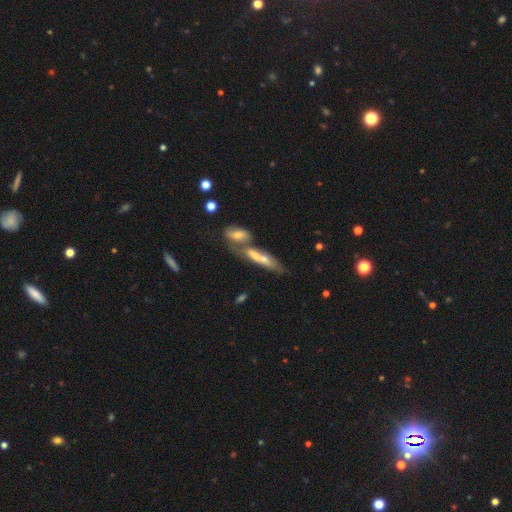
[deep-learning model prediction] smooth-or-featured: featured or disk: 48% | smooth: 42% | star or artifact: 10%
  merging: merger: 51% | none: 35% | minor disturbance: 10% | major disturbance: 5%